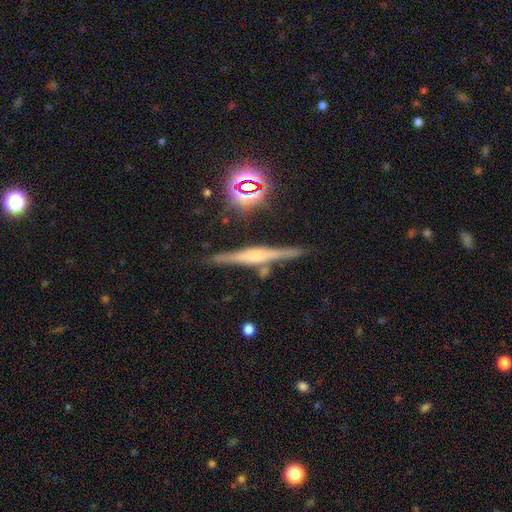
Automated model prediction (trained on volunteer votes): A featured or disk galaxy (72%) viewed edge-on (97%) with a rounded central bulge (74%). Merging: none (84%).